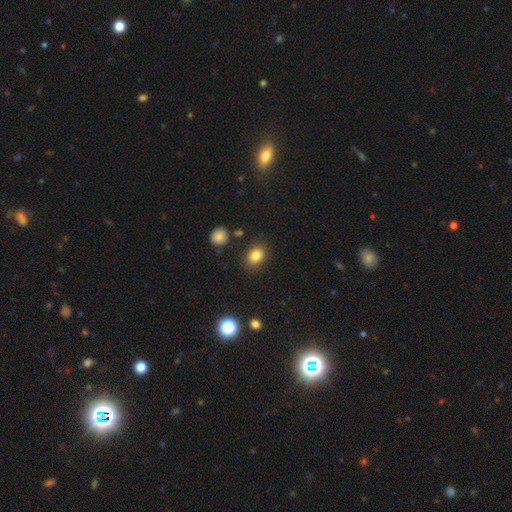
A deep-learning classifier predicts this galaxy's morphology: The model was most divided on "how rounded": round: 51%, in between: 48%, cigar-shaped: 1%. More confident: merging — none (84%); smooth or featured — smooth (83%).